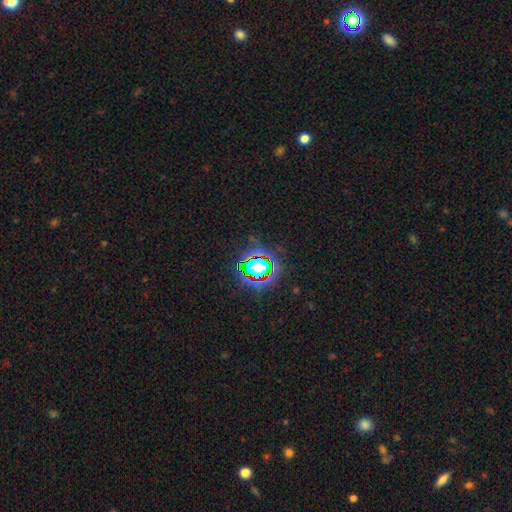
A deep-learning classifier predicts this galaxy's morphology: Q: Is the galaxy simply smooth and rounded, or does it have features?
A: star or artifact — 76%.